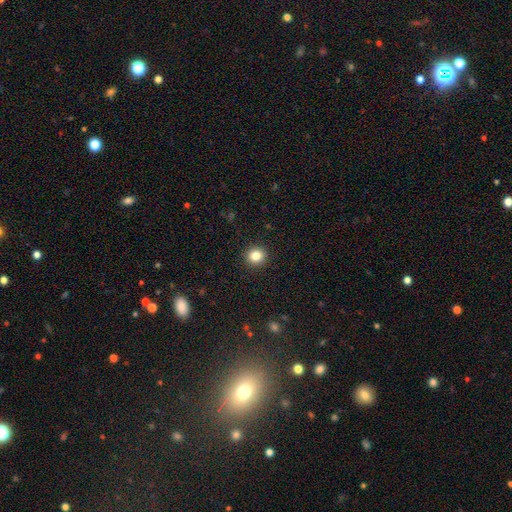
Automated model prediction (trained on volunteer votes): This appears to be a smooth galaxy with no disk features (84%) that is round (90%). Merging: none (93%).